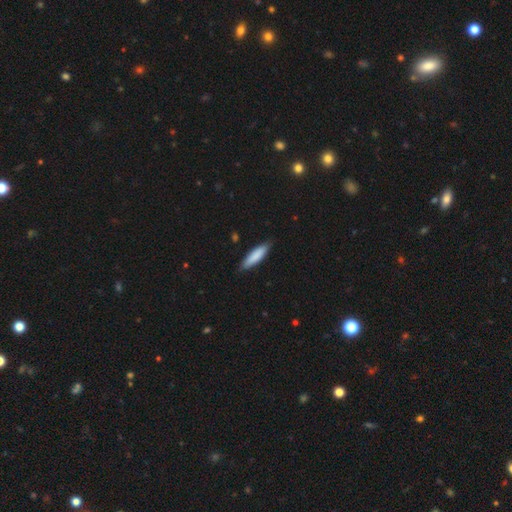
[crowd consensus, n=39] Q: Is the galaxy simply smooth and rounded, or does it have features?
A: smooth — 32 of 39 (82%).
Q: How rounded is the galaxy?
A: cigar-shaped — 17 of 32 (53%).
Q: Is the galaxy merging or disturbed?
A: none — 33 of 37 (89%).